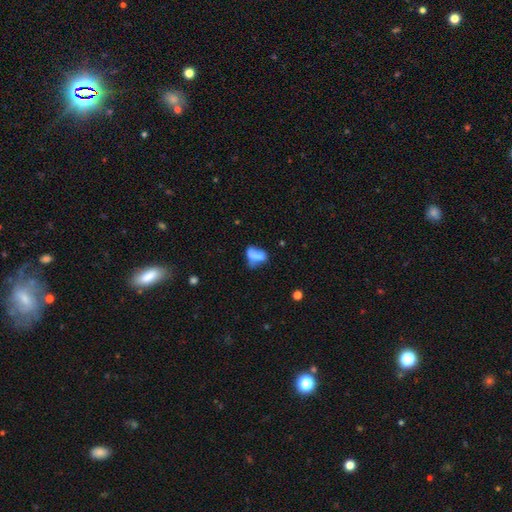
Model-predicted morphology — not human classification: This is likely a smooth galaxy (64%). How rounded: likely in between (77%). Merging: marginally none (29%).